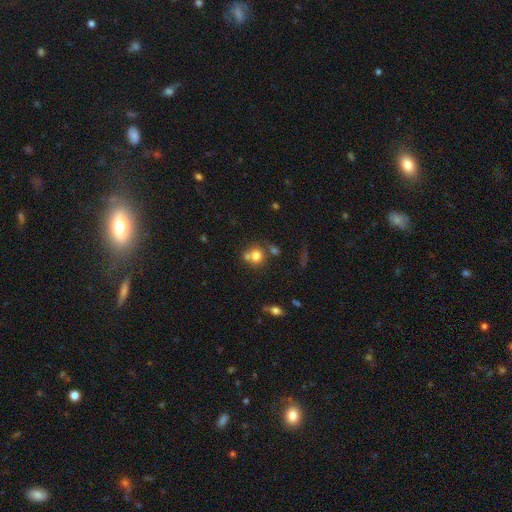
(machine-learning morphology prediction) smooth-or-featured: smooth: 75% | featured or disk: 13% | star or artifact: 13%
  how-rounded: round: 84% | in between: 15% | cigar-shaped: 1%
  merging: none: 50% | merger: 36% | minor disturbance: 10% | major disturbance: 5%